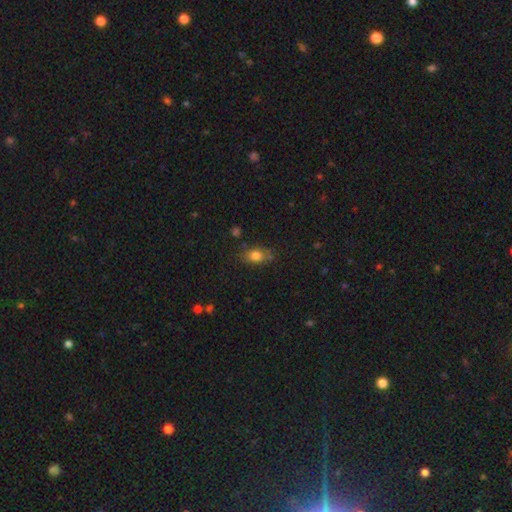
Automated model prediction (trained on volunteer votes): This appears to be a smooth galaxy with no disk features (79%) that is in between round and cigar-shaped (73%). Merging: none (70%).